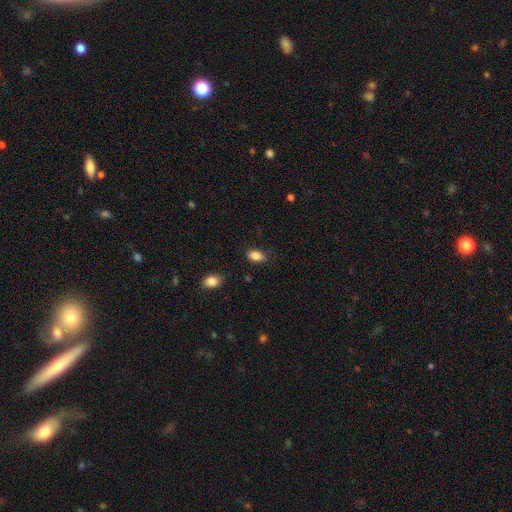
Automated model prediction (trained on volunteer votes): Smooth or featured? smooth (86%)
How rounded? in between (85%)
Merging? none (81%)